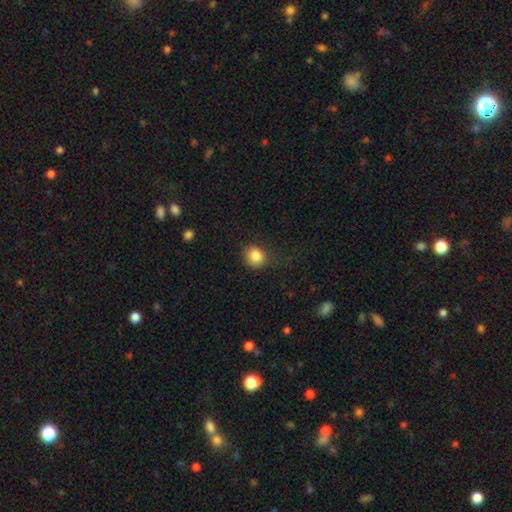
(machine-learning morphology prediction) Smooth or featured: smooth — 85% (star or artifact — 10%)
How rounded: round — 75% (in between — 24%)
Merging: none — 69% (minor disturbance — 21%)